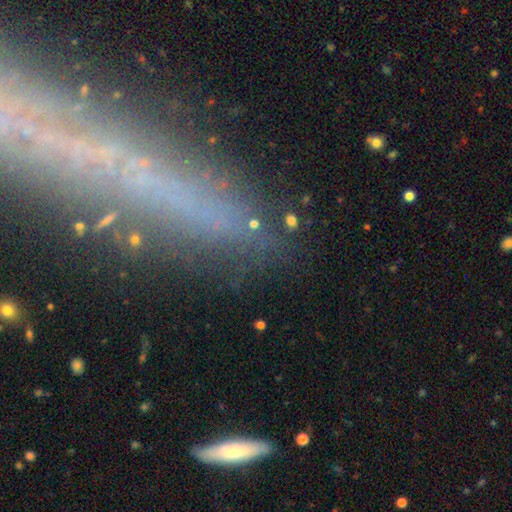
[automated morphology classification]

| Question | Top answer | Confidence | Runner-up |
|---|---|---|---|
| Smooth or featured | featured or disk | 41% | smooth (34%) |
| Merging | none | 75% | minor disturbance (13%) |